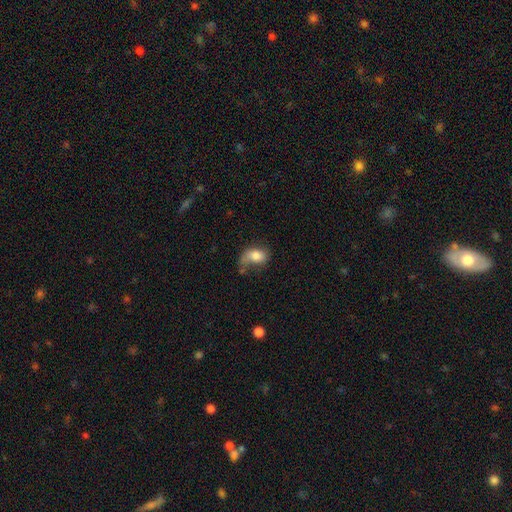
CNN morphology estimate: A smooth galaxy with no disk features (72%) that is in between round and cigar-shaped (84%). Merging: none (36%).